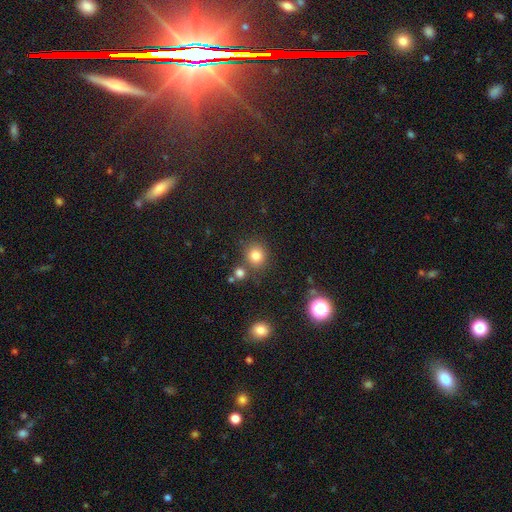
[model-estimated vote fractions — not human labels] Morphology: type=smooth (81%); roundness=round (86%); merging=none (76%).